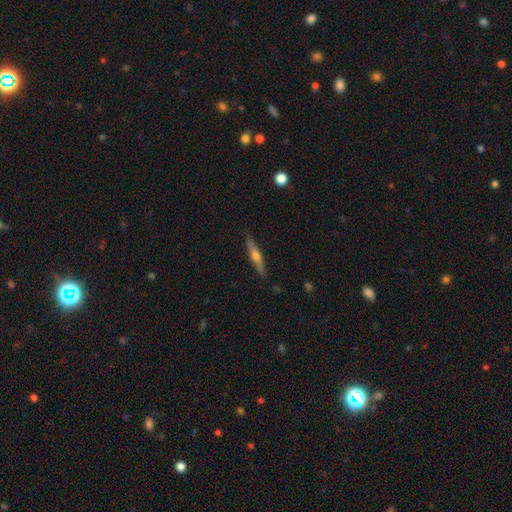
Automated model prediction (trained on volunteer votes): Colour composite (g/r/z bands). It shows a featured or disk galaxy (59%) viewed edge-on (96%) with a rounded central bulge (87%). Merging: none (88%).